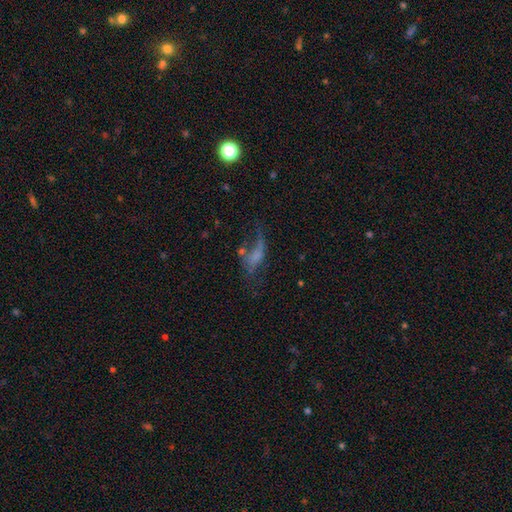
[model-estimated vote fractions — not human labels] Overall: featured or disk (47%; smooth 36%). Merging: major disturbance (44%; none 27%).